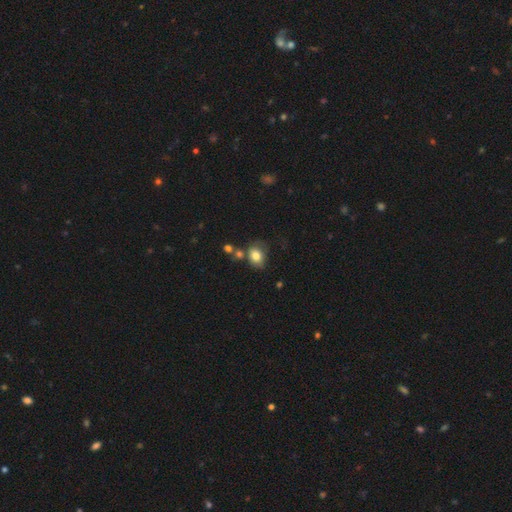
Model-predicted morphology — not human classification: This is likely a smooth galaxy (79%). How rounded: possibly in between (56%). Merging: possibly none (52%).